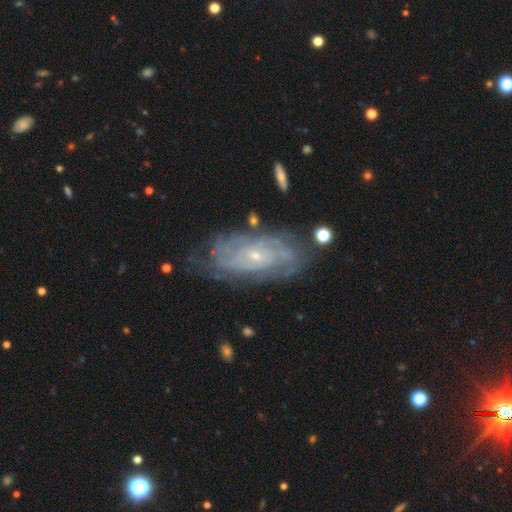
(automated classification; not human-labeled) A featured or disk galaxy (83%) with no bar (72%), tight (73%) spiral arms (92%) and a small central bulge (81%).

Vote fractions:
- Smooth or featured? featured or disk: 83% / smooth: 10% / star or artifact: 6%
- Edge-on disk? no: 93% / yes: 7%
- Bar? no: 72% / weak: 22% / strong: 6%
- Spiral arms? yes: 92% / no: 8%
- Spiral winding? tight: 73% / medium: 21% / loose: 5%
- Spiral arm count? can't tell: 46% / 2: 17% / 4: 13% / 3: 12% / more than 4: 8% / 1: 5%
- Bulge size? small: 81% / moderate: 16% / none: 2% / large: 1% / dominant: 1%
- Merging? none: 73% / minor disturbance: 18% / major disturbance: 6% / merger: 3%